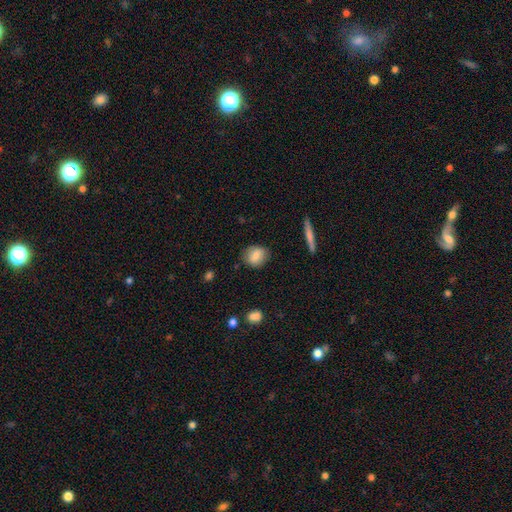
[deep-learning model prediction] Smooth or featured?
  - smooth: 80% *
  - featured or disk: 12%
  - star or artifact: 8%
How rounded?
  - round: 57% *
  - in between: 41%
  - cigar-shaped: 2%
Merging?
  - none: 83% *
  - minor disturbance: 13%
  - major disturbance: 3%
  - merger: 1%